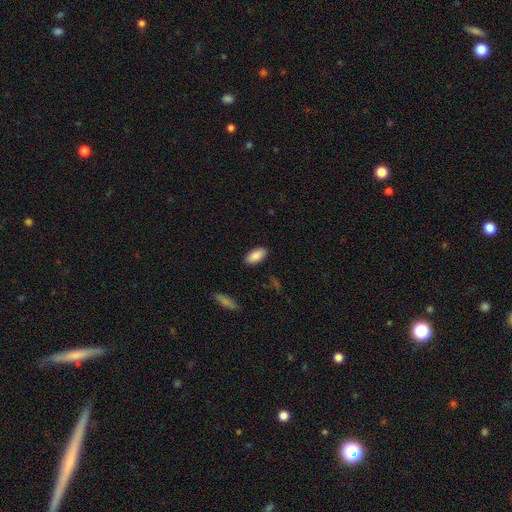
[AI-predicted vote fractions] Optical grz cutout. It shows a smooth galaxy with no disk features (88%) that is in between round and cigar-shaped (92%). Merging: none (88%).